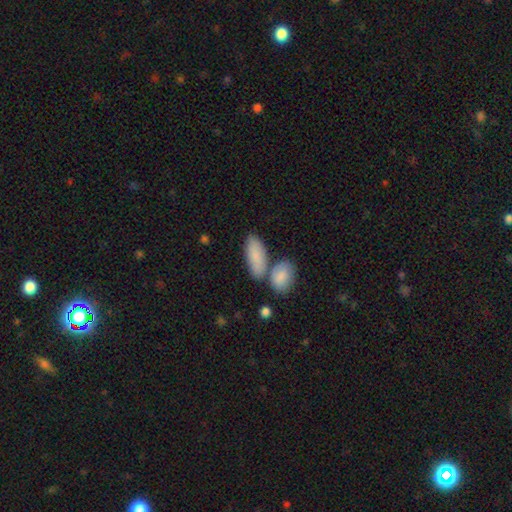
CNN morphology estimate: This is clearly a smooth galaxy (85%). How rounded: clearly in between (84%). Merging: possibly none (57%).